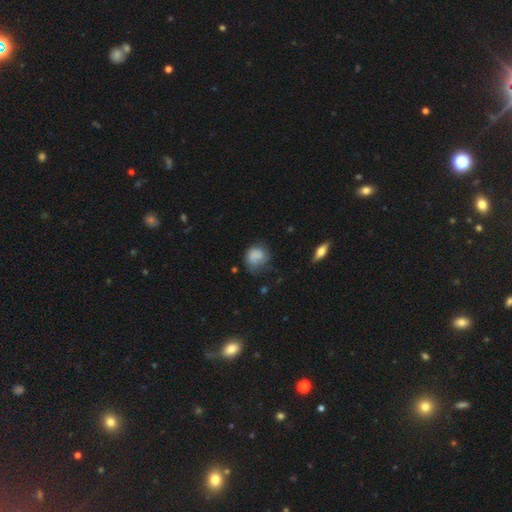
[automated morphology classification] smooth 64%, featured or disk 27%, star or artifact 9%. Down the decision tree: how rounded — round (67%); merging — none (41%).